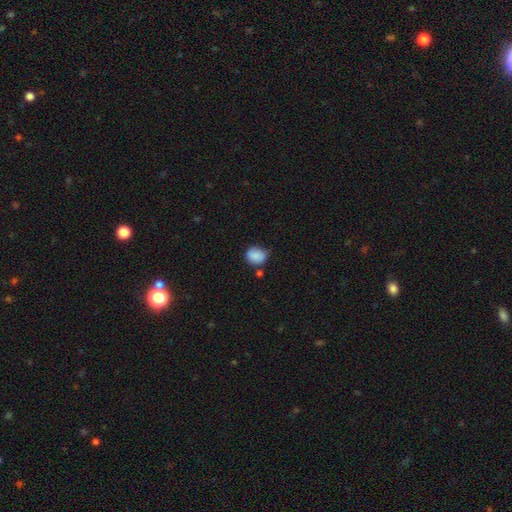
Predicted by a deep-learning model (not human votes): Morphology: type=smooth (84%); roundness=round (63%); merging=none (57%).